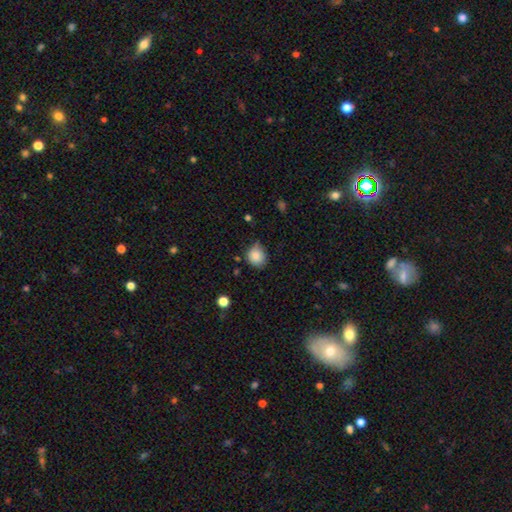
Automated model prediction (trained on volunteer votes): Overall: smooth (84%). How rounded: round (82%). Merging: none (64%; minor disturbance 29%).